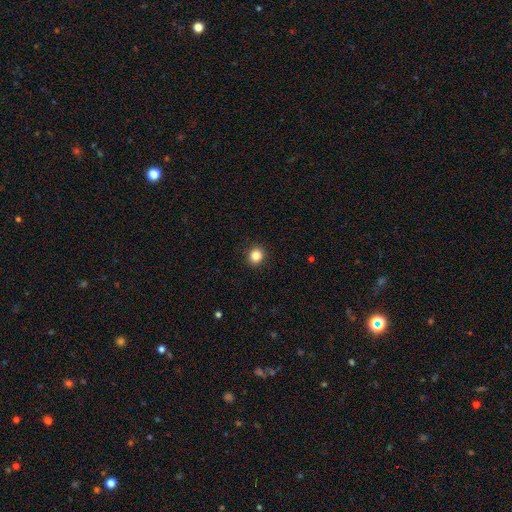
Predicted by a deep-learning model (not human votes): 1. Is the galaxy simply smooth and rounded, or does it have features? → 85% smooth, 11% star or artifact, 5% featured or disk.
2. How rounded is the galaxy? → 83% round, 16% in between, 1% cigar-shaped.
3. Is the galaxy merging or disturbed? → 92% none, 5% minor disturbance, 2% major disturbance, 1% merger.